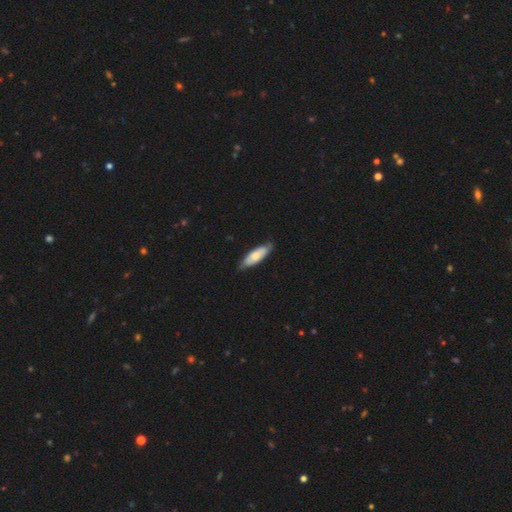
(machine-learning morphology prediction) Smooth or featured?
  - smooth: 60% *
  - featured or disk: 35%
  - star or artifact: 5%
How rounded?
  - in between: 57% *
  - cigar-shaped: 41%
  - round: 2%
Merging?
  - none: 78% *
  - minor disturbance: 18%
  - major disturbance: 3%
  - merger: 1%